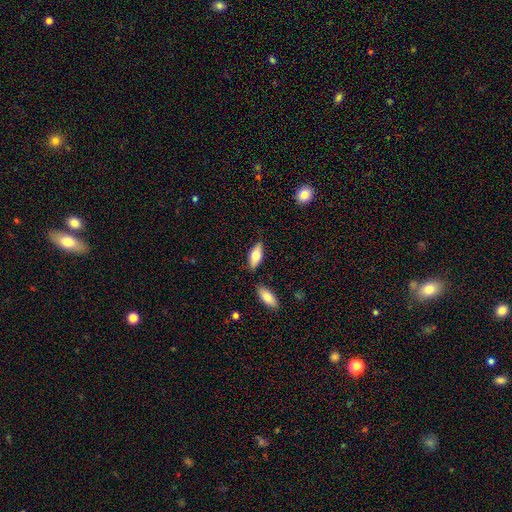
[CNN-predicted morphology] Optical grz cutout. It shows a smooth galaxy with no disk features (65%) that is in between round and cigar-shaped (78%). Merging: none (80%).